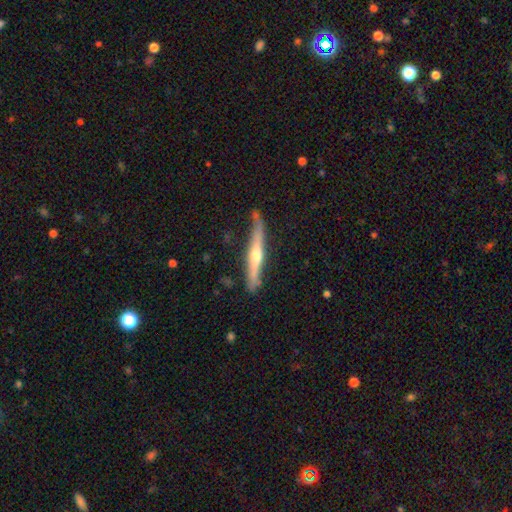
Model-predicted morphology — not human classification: smooth-or-featured: featured or disk: 69% | smooth: 26% | star or artifact: 5%
  disk-edge-on: yes: 96% | no: 4%
    edge-on-bulge: rounded: 86% | none: 9% | boxy: 4%
  merging: none: 74% | minor disturbance: 19% | major disturbance: 4% | merger: 3%